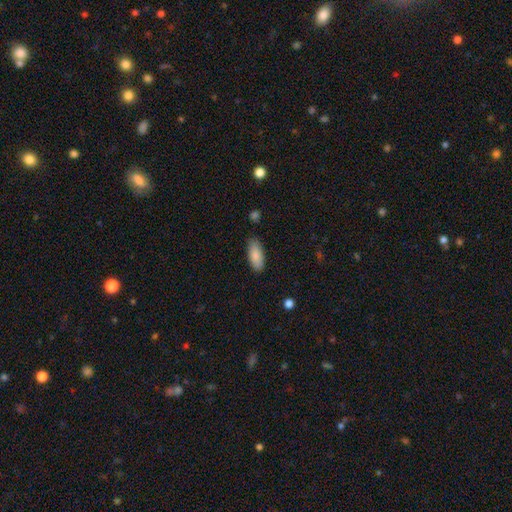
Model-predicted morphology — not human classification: Smooth or featured? Predicted: smooth (p=0.87). How rounded? Predicted: in between (p=0.84). Merging? Predicted: none (p=0.81).